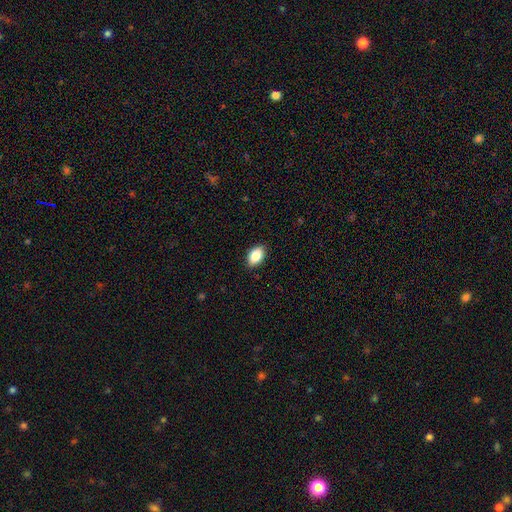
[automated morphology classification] The model was most divided on "merging": none: 88%, minor disturbance: 9%, major disturbance: 2%, merger: 1%. More confident: how rounded — in between (91%); smooth or featured — smooth (88%).